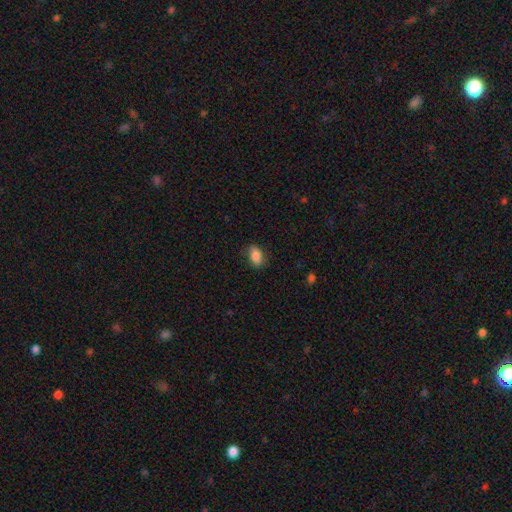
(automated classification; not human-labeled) smooth_or_featured: smooth (p=0.85) [alt: featured or disk p=0.08]
how_rounded: in between (p=0.88) [alt: round p=0.09]
merging: none (p=0.79) [alt: minor disturbance p=0.16]